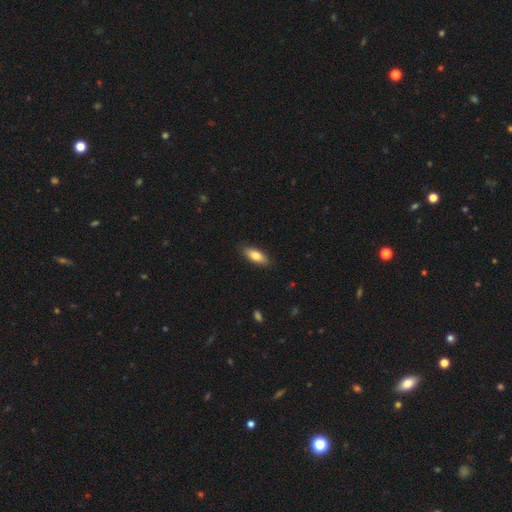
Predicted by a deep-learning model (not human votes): Overall: smooth (79%). How rounded: in between (77%). Merging: none (87%).